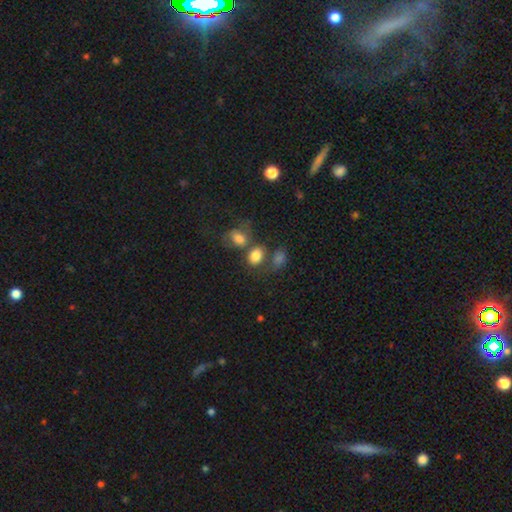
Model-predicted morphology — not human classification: A smooth galaxy with no disk features (80%) that is in between round and cigar-shaped (60%). Merging: none (41%).